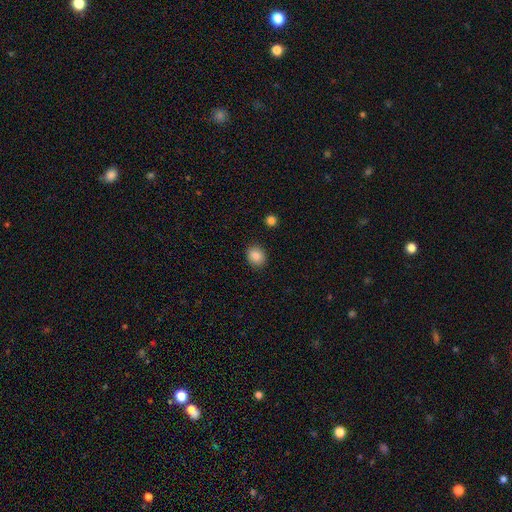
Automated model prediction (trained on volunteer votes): This is clearly a smooth galaxy (85%). How rounded: likely round (64%). Merging: clearly none (90%).